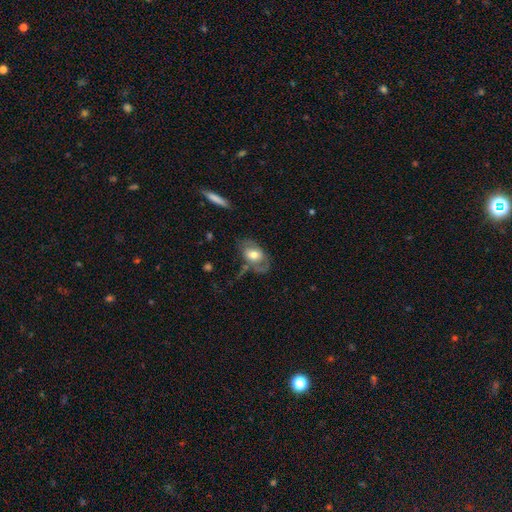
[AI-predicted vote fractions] This is possibly a featured or disk galaxy (49%). Merging: possibly none (47%).